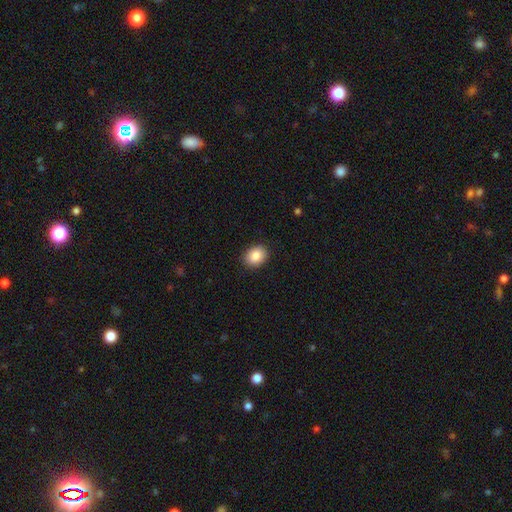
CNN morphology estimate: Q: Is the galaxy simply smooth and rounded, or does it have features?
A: smooth — 87%.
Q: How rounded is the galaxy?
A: in between — 60%.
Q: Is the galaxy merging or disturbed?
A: none — 90%.